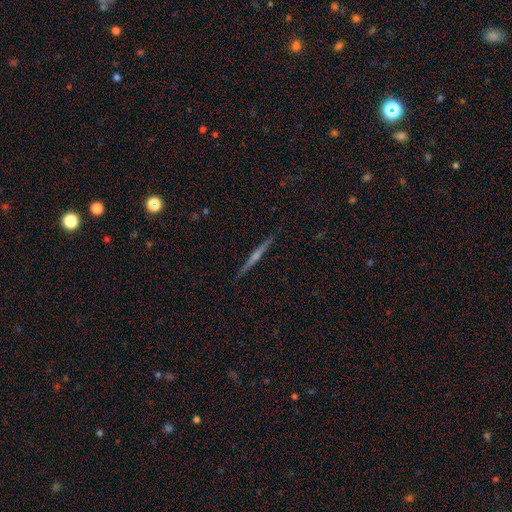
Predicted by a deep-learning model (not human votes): Smooth or featured? Predicted: featured or disk (p=0.66). Edge-on disk? Predicted: yes (p=0.98). Edge-on bulge? Predicted: rounded (p=0.48). Merging? Predicted: none (p=0.91).